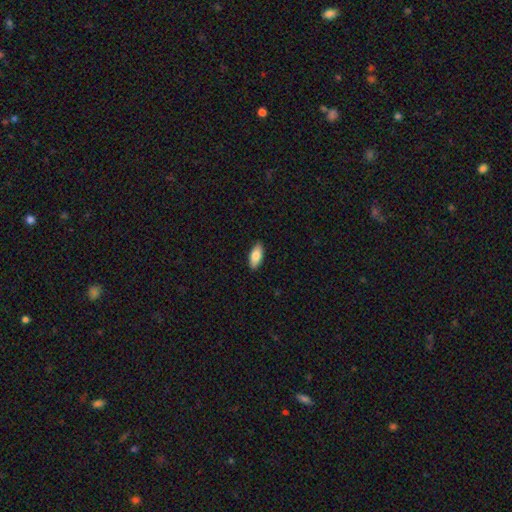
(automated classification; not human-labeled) smooth-or-featured: smooth: 83% | featured or disk: 11% | star or artifact: 6%
  how-rounded: in between: 87% | cigar-shaped: 11% | round: 2%
  merging: none: 89% | minor disturbance: 8% | major disturbance: 2% | merger: 1%